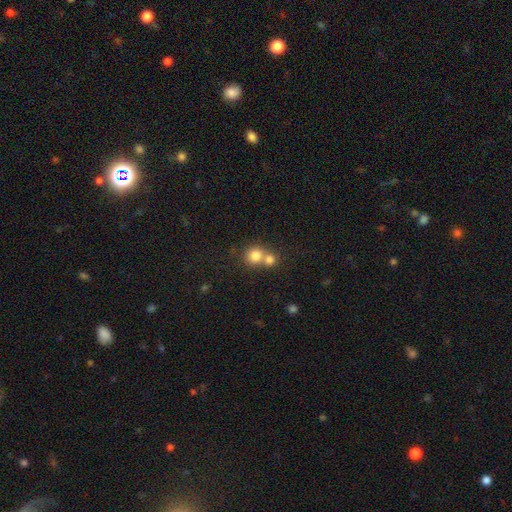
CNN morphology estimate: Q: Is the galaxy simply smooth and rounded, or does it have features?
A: smooth — 80%.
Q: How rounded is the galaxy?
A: round — 86%.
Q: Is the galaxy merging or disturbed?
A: merger — 53%.